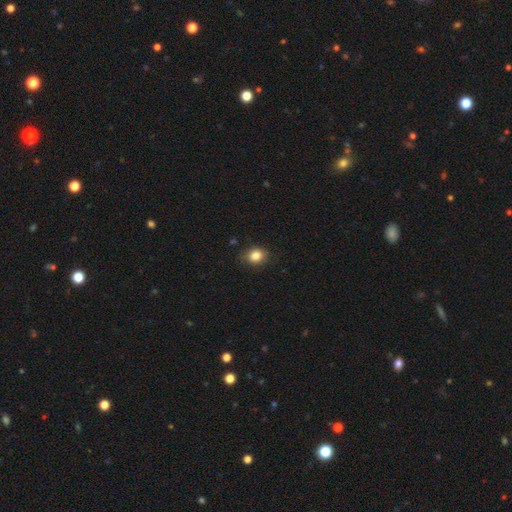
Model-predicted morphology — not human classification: smooth 85%, star or artifact 10%, featured or disk 5%. Down the decision tree: how rounded — round (63%); merging — none (82%).